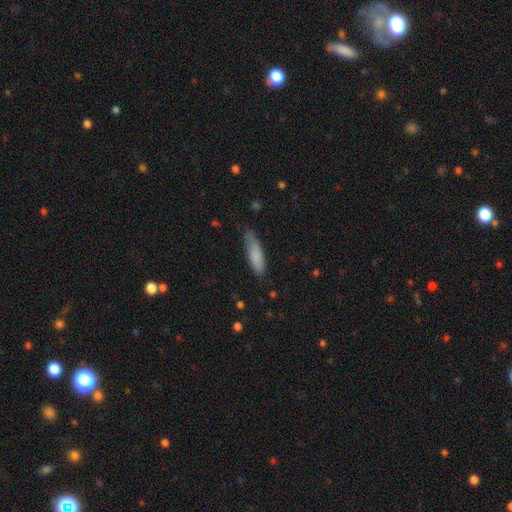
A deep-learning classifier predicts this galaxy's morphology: smooth-or-featured: smooth: 84% | featured or disk: 10% | star or artifact: 6%
  how-rounded: cigar-shaped: 65% | in between: 34% | round: 1%
  merging: none: 67% | minor disturbance: 27% | major disturbance: 5% | merger: 2%